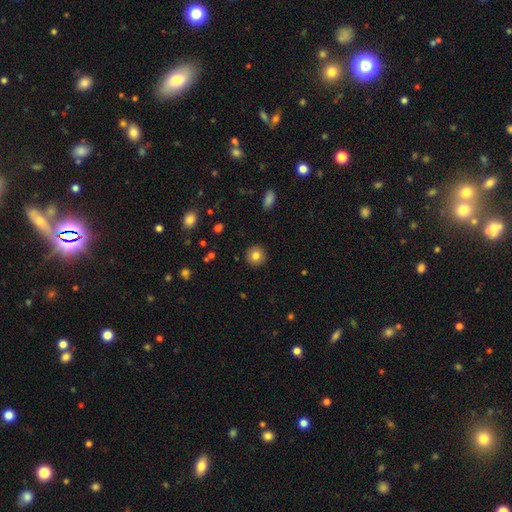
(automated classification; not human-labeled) Morphology: type=smooth (82%); roundness=round (94%); merging=none (92%).